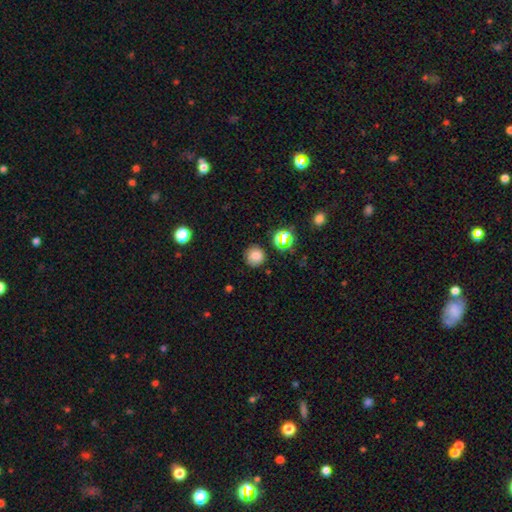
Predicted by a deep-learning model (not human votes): Q: Smooth or featured?
A: smooth (75%); runner-up: star or artifact (18%)
Q: How rounded?
A: round (92%); runner-up: in between (7%)
Q: Merging?
A: none (84%); runner-up: minor disturbance (10%)